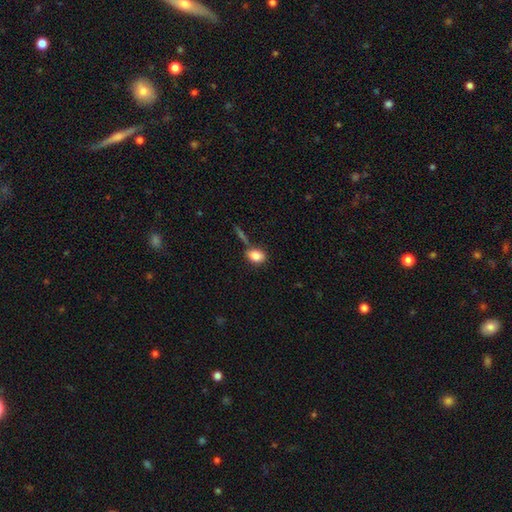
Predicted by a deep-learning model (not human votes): Smooth or featured?
  - smooth: 84% *
  - star or artifact: 8%
  - featured or disk: 7%
How rounded?
  - in between: 77% *
  - round: 21%
  - cigar-shaped: 2%
Merging?
  - none: 63% *
  - minor disturbance: 17%
  - merger: 14%
  - major disturbance: 6%